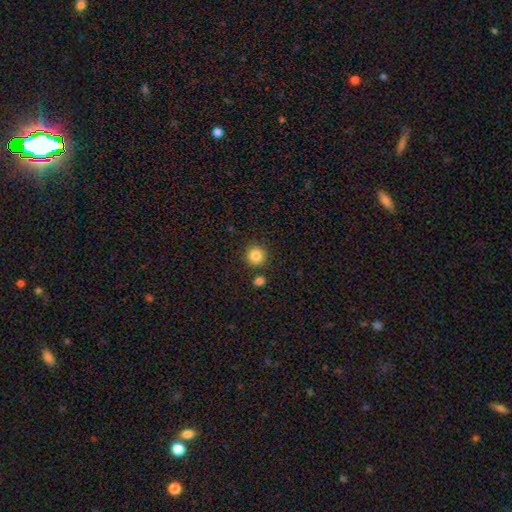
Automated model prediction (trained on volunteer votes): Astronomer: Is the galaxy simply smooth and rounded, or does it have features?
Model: smooth — 85%.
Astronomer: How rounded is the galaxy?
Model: round — 93%.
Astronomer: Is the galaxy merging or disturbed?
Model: none — 85%.